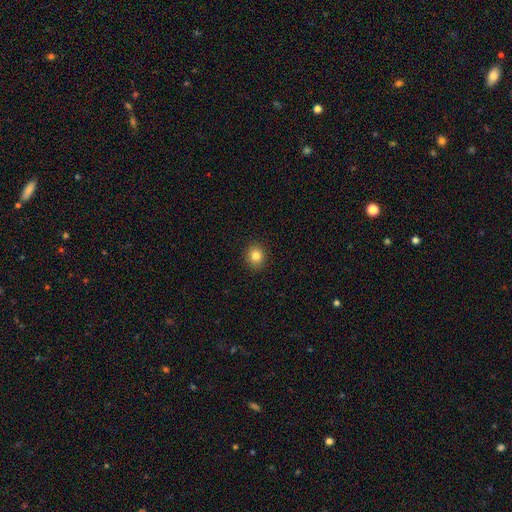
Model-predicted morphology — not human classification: smooth_or_featured: smooth (p=0.82) [alt: star or artifact p=0.11]
how_rounded: round (p=0.82) [alt: in between p=0.17]
merging: none (p=0.91) [alt: minor disturbance p=0.06]